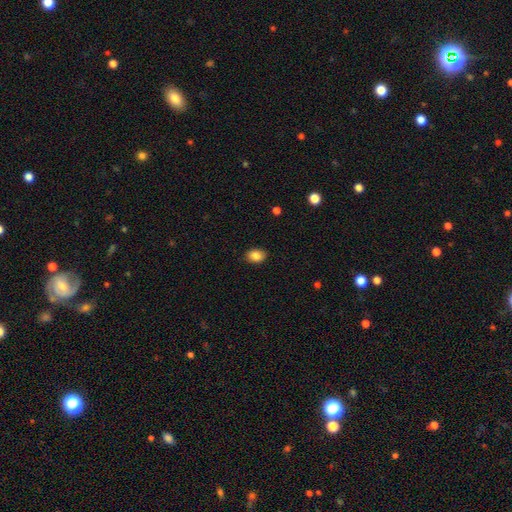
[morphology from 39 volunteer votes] Overall: smooth (90%). How rounded: in between (83%). Merging: none (67%).